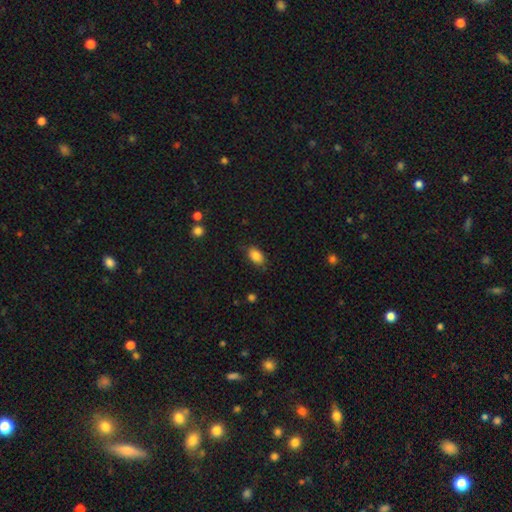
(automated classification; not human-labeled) This is clearly a smooth galaxy (86%). How rounded: clearly in between (87%). Merging: likely none (80%).